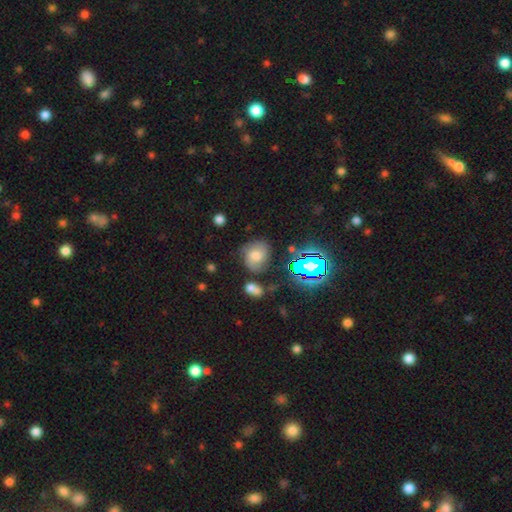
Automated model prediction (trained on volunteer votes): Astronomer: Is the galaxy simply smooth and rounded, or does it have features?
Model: featured or disk — 39%, tied with smooth at 39%.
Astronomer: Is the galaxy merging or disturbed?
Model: none — 63%.